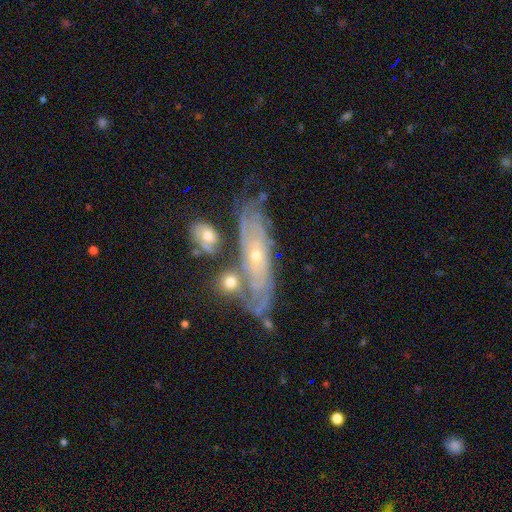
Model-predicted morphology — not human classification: smooth_or_featured: featured or disk (p=0.80) [alt: smooth p=0.13]
disk_edge_on: no (p=0.79) [alt: yes p=0.21]
bar: no (p=0.77) [alt: weak p=0.17]
has_spiral_arms: yes (p=0.88) [alt: no p=0.12]
spiral_winding: tight (p=0.77) [alt: medium p=0.18]
spiral_arm_count: can't tell (p=0.61) [alt: 2 p=0.14]
bulge_size: small (p=0.77) [alt: moderate p=0.19]
merging: none (p=0.66) [alt: minor disturbance p=0.17]